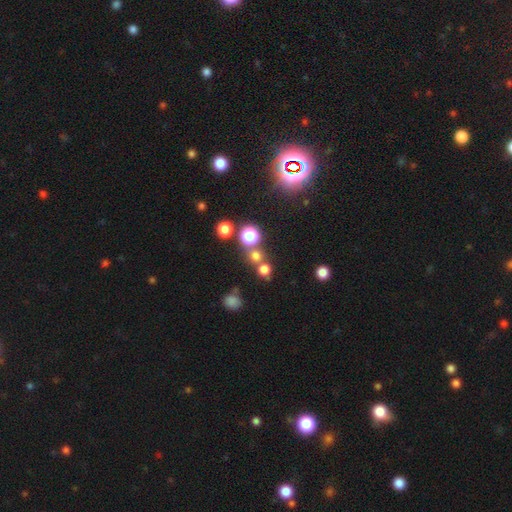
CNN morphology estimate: smooth 62%, star or artifact 30%, featured or disk 8%. Down the decision tree: how rounded — round (89%); merging — none (67%).